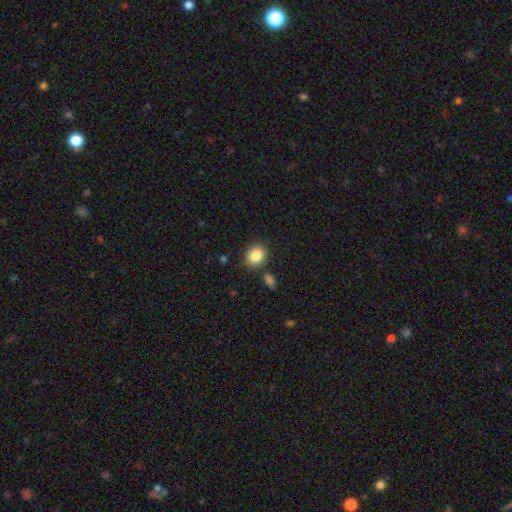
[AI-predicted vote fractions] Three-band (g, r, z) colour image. It shows a smooth galaxy with no disk features (86%) that is round (57%). Merging: none (82%).